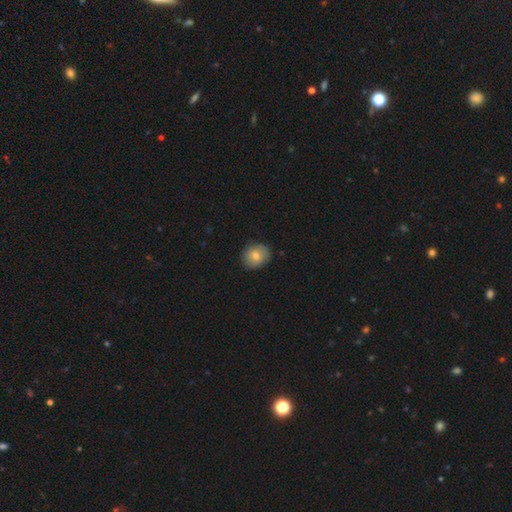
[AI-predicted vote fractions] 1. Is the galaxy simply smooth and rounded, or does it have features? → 76% smooth, 15% featured or disk, 8% star or artifact.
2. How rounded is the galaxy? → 66% round, 33% in between, 1% cigar-shaped.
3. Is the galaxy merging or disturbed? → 85% none, 12% minor disturbance, 2% major disturbance, 1% merger.